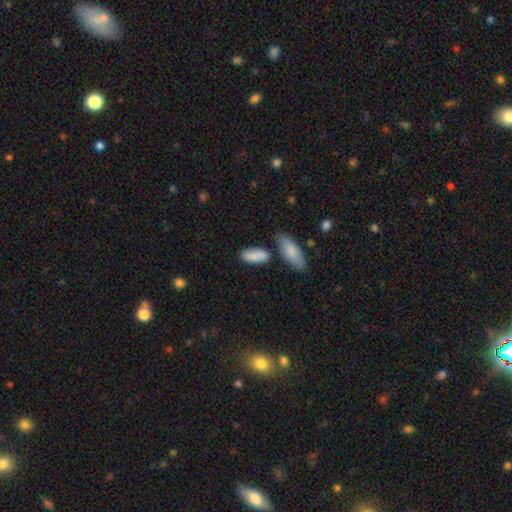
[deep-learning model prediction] This is clearly a smooth galaxy (86%). How rounded: clearly in between (85%). Merging: likely none (67%).